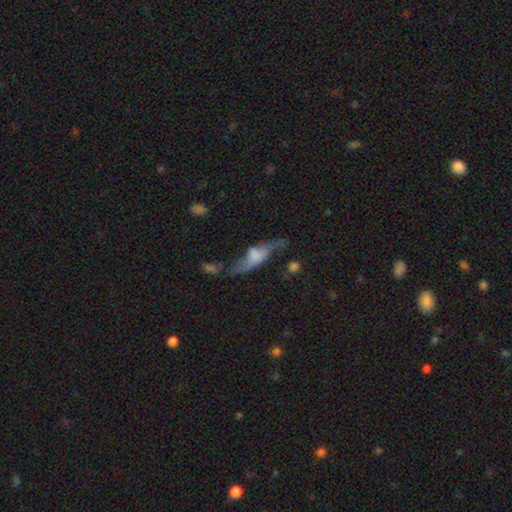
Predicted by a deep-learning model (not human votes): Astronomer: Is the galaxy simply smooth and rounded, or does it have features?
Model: featured or disk — 51% (runner-up: smooth, 38%).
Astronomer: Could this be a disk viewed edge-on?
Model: yes — 51% (runner-up: no, 49%).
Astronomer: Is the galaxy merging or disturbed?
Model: none — 36% (runner-up: major disturbance, 25%).